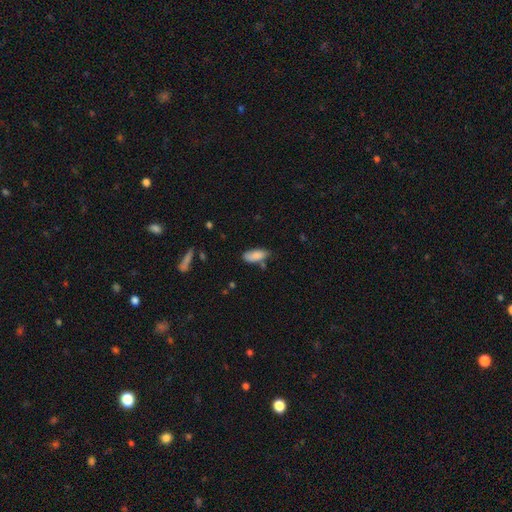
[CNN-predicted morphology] This is clearly a smooth galaxy (85%). How rounded: clearly in between (85%). Merging: likely none (63%).